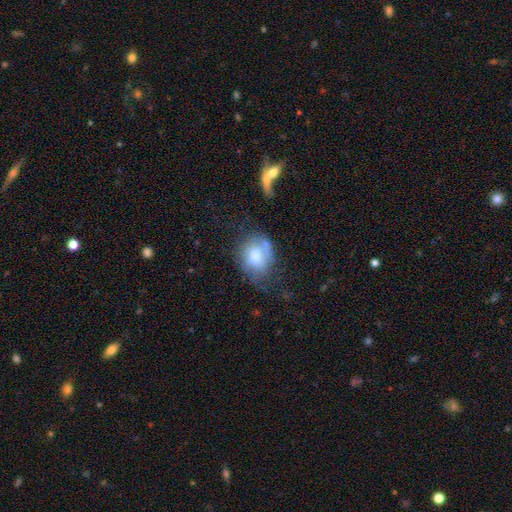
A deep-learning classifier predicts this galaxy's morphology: A smooth galaxy with no disk features (62%) that is round (63%). Merging: none (46%).